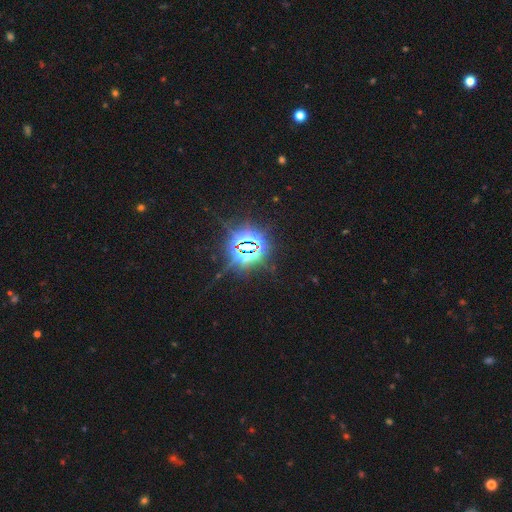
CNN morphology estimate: Overall: star or artifact (86%).